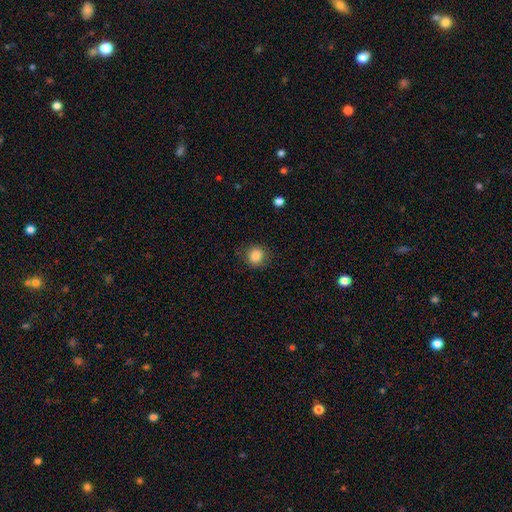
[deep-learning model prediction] Morphology: type=smooth (85%); roundness=round (89%); merging=none (86%).